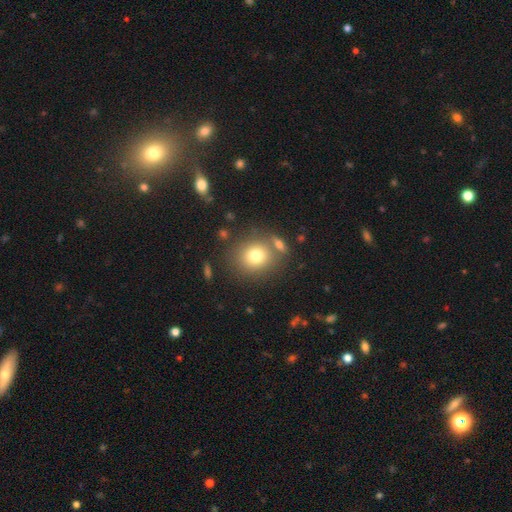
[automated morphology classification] Smooth or featured?
  - smooth: 75% *
  - featured or disk: 13%
  - star or artifact: 12%
How rounded?
  - round: 82% *
  - in between: 17%
  - cigar-shaped: 1%
Merging?
  - none: 73% *
  - merger: 13%
  - minor disturbance: 10%
  - major disturbance: 4%